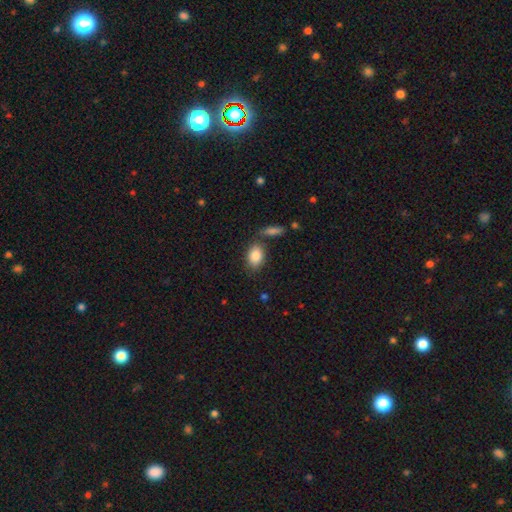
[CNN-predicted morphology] smooth_or_featured: smooth (p=0.85) [alt: featured or disk p=0.07]
how_rounded: in between (p=0.86) [alt: round p=0.12]
merging: none (p=0.73) [alt: minor disturbance p=0.13]